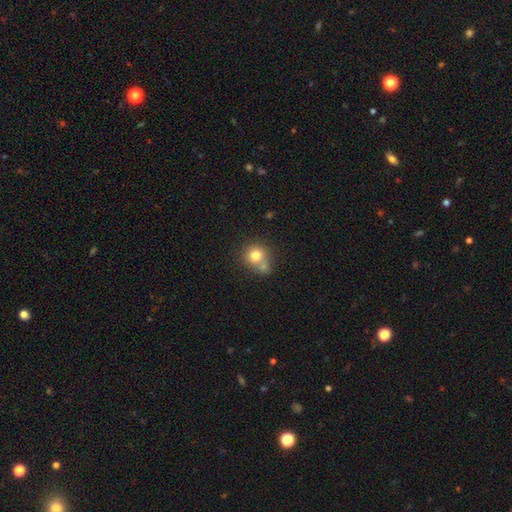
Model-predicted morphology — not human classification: Smooth or featured?
  - smooth: 77% *
  - featured or disk: 12%
  - star or artifact: 11%
How rounded?
  - round: 83% *
  - in between: 16%
  - cigar-shaped: 1%
Merging?
  - none: 45% *
  - merger: 37%
  - minor disturbance: 13%
  - major disturbance: 5%